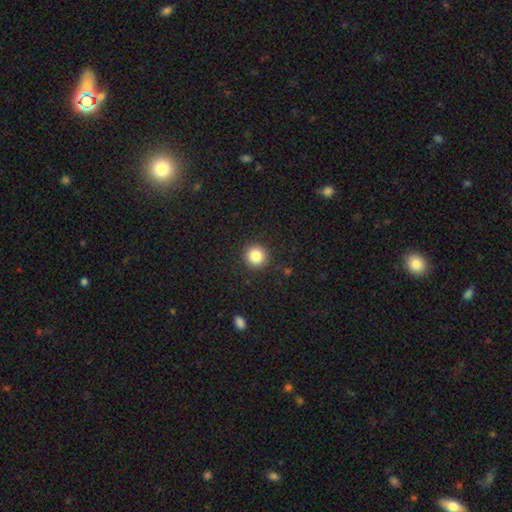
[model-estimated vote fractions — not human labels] Smooth or featured? Predicted: smooth (p=0.84). How rounded? Predicted: round (p=0.92). Merging? Predicted: none (p=0.91).